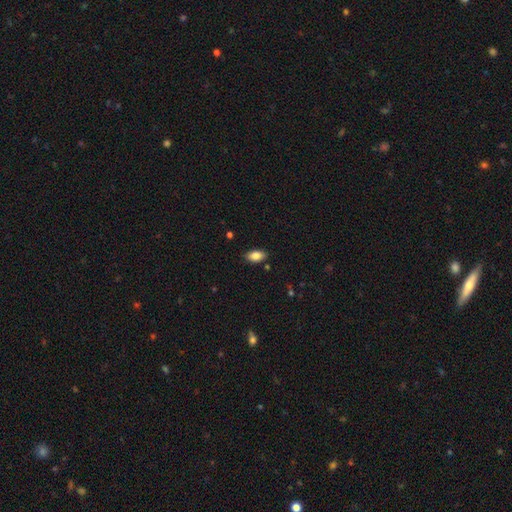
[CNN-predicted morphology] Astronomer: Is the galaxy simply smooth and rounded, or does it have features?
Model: smooth — 85%.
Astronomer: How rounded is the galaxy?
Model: in between — 92%.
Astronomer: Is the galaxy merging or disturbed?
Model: none — 84%.